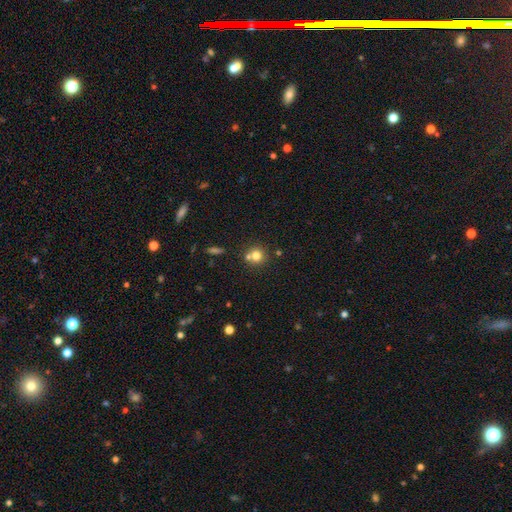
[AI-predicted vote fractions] smooth-or-featured: smooth: 75% | star or artifact: 14% | featured or disk: 11%
  how-rounded: round: 90% | in between: 9% | cigar-shaped: 1%
  merging: none: 61% | merger: 28% | minor disturbance: 8% | major disturbance: 3%